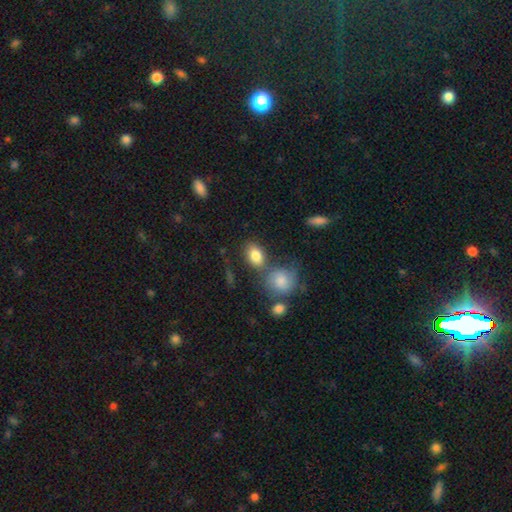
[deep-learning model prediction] This appears to be a smooth galaxy with no disk features (83%) that is in between round and cigar-shaped (78%). Merging: none (58%).